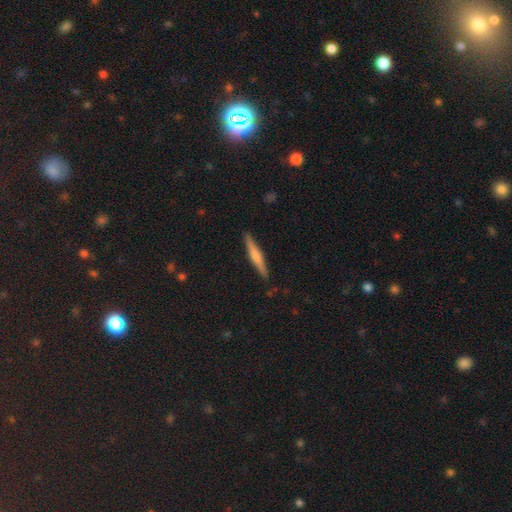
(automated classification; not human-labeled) Smooth or featured? smooth (48%)
Merging? none (90%)